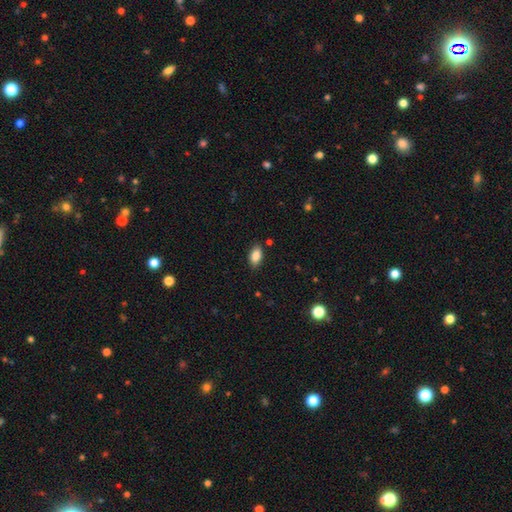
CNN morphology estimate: This appears to be a smooth galaxy with no disk features (87%) that is in between round and cigar-shaped (92%). Merging: none (84%).